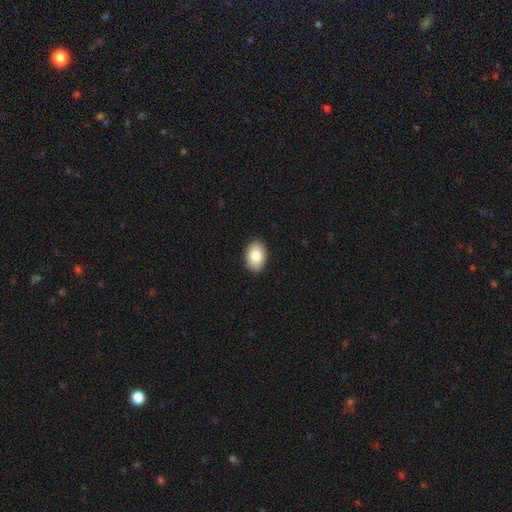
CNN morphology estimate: A smooth galaxy with no disk features (83%) that is in between round and cigar-shaped (83%).

Vote fractions:
- Smooth or featured? smooth: 83% / featured or disk: 10% / star or artifact: 7%
- How rounded? in between: 83% / round: 16% / cigar-shaped: 1%
- Merging? none: 91% / minor disturbance: 7% / major disturbance: 2% / merger: 1%